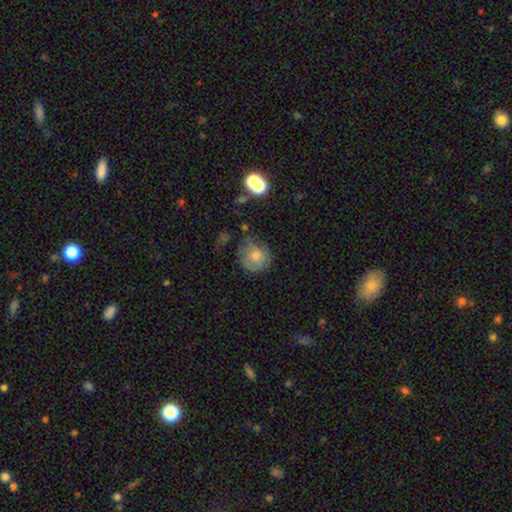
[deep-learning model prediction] smooth_or_featured: smooth (p=0.55) [alt: featured or disk p=0.33]
how_rounded: round (p=0.81) [alt: in between p=0.18]
merging: none (p=0.57) [alt: minor disturbance p=0.28]